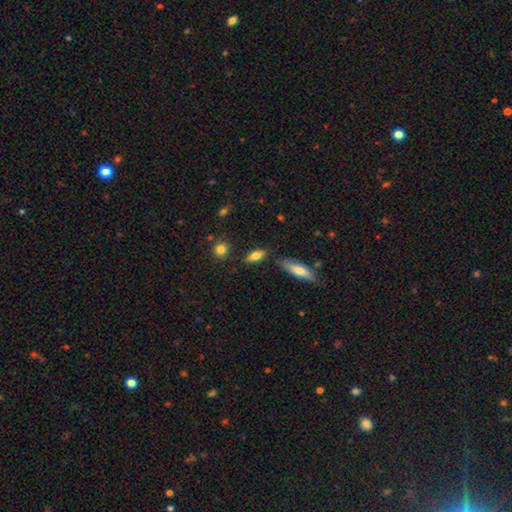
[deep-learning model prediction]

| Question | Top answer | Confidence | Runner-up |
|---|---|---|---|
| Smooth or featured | smooth | 75% | featured or disk (18%) |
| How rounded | in between | 69% | cigar-shaped (27%) |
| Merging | none | 79% | minor disturbance (13%) |